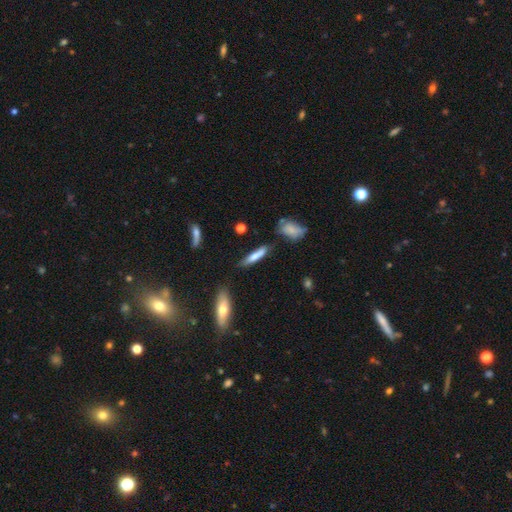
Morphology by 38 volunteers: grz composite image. It shows a smooth galaxy with no disk features (66%) that is cigar-shaped (96%). Merging: none (81%).